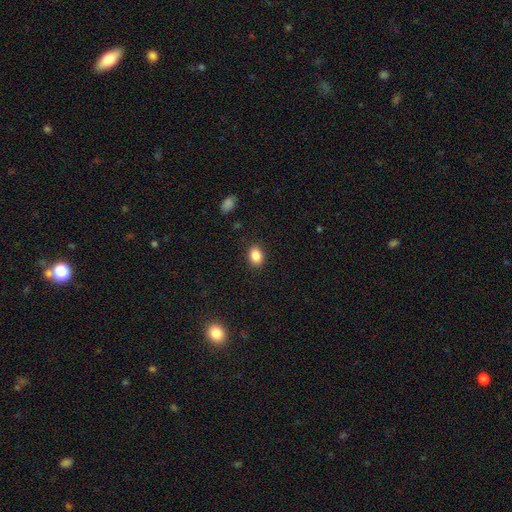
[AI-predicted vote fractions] smooth 87%, star or artifact 9%, featured or disk 4%. Down the decision tree: how rounded — in between (72%); merging — none (88%).